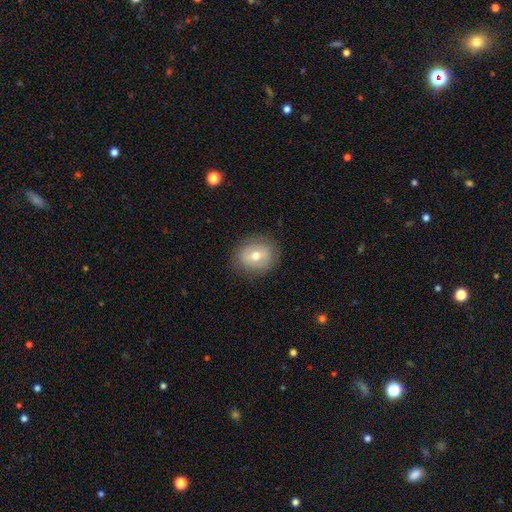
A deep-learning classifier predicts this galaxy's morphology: type=smooth (57%); roundness=round (66%); merging=none (83%).